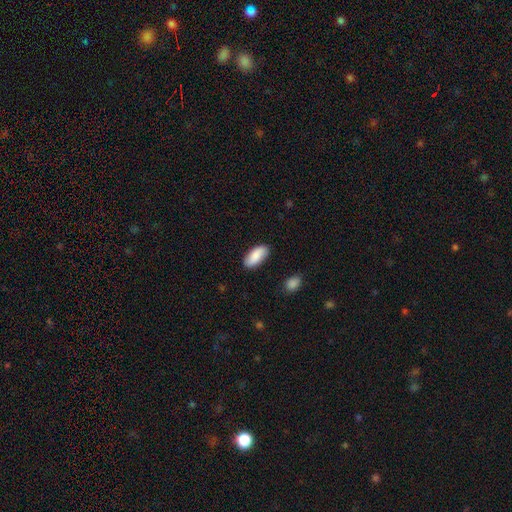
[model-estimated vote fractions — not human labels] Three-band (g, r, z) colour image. It shows a smooth galaxy with no disk features (84%) that is in between round and cigar-shaped (91%). Merging: none (86%).